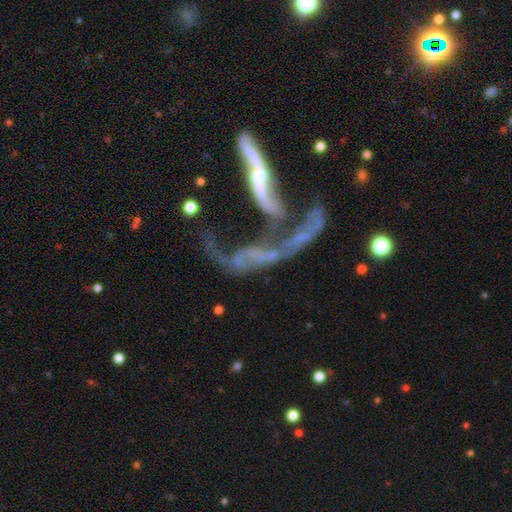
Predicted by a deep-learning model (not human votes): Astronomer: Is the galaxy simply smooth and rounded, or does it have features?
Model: featured or disk — 71%.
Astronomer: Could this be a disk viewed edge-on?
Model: no — 75%.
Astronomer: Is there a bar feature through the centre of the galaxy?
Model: no — 65%.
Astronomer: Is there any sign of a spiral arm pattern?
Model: yes — 56% (runner-up: no, 44%).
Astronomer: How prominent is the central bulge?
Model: small — 38% (runner-up: none, 36%).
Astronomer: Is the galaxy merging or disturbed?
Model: merger — 54%.